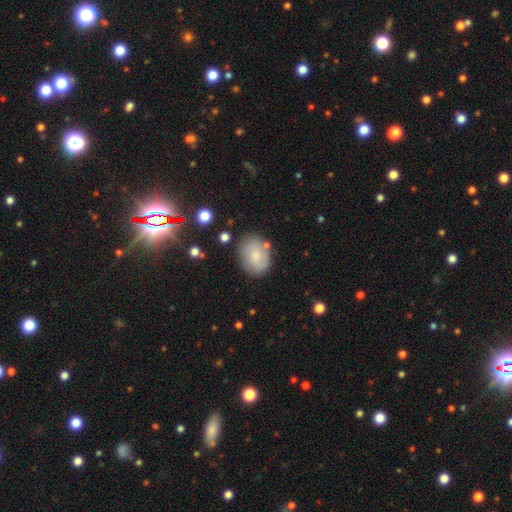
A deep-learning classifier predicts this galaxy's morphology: This is likely a smooth galaxy (73%). How rounded: likely in between (66%). Merging: likely none (75%).